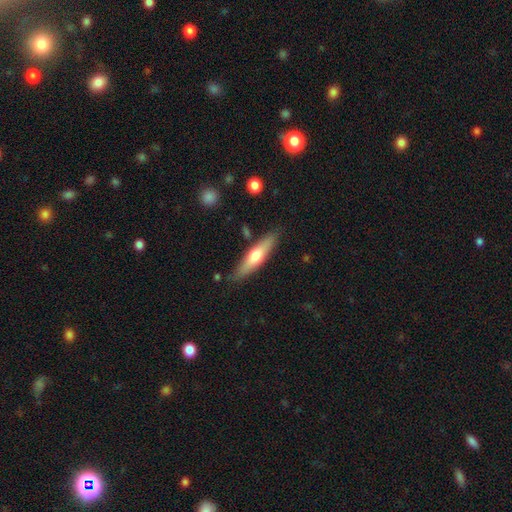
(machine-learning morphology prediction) smooth-or-featured: smooth: 53% | featured or disk: 42% | star or artifact: 5%
  how-rounded: cigar-shaped: 76% | in between: 23% | round: 2%
  merging: none: 83% | minor disturbance: 12% | major disturbance: 2% | merger: 2%